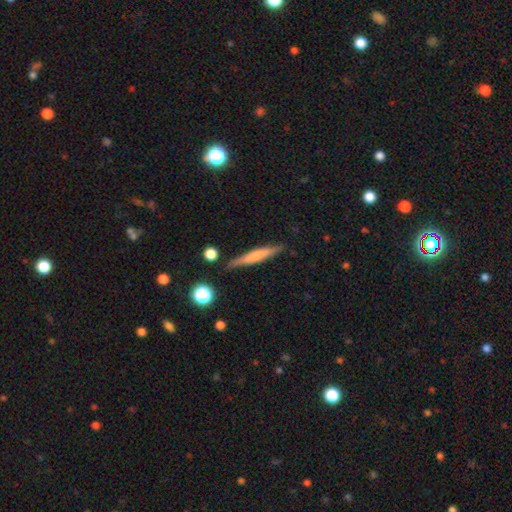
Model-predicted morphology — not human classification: A smooth galaxy with no disk features (54%) that is cigar-shaped (93%).

Vote fractions:
- Smooth or featured? smooth: 54% / featured or disk: 39% / star or artifact: 7%
- How rounded? cigar-shaped: 93% / in between: 6% / round: 2%
- Merging? none: 84% / minor disturbance: 11% / merger: 2% / major disturbance: 2%